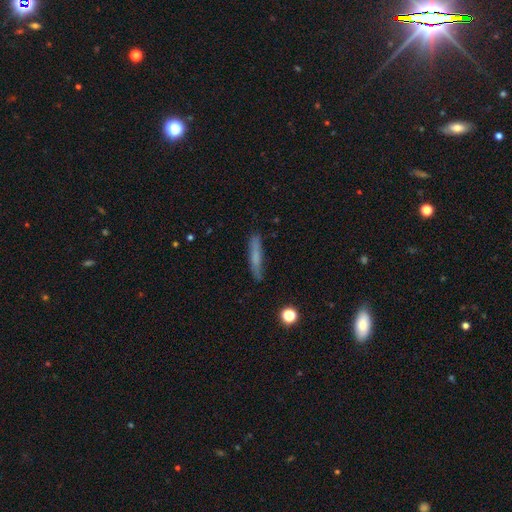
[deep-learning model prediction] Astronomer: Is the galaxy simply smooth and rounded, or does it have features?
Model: smooth — 66%.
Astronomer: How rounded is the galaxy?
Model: cigar-shaped — 92%.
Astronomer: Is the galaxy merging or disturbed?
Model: none — 84%.